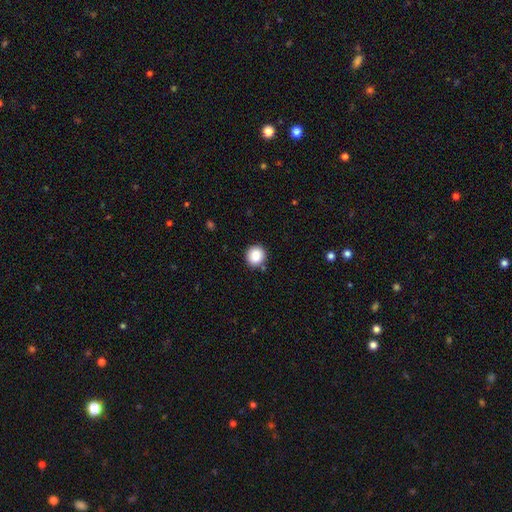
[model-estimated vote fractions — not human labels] Smooth or featured? Predicted: smooth (p=0.86). How rounded? Predicted: round (p=0.89). Merging? Predicted: none (p=0.85).